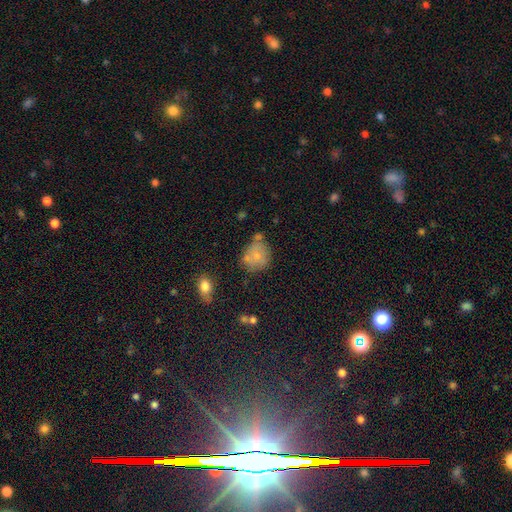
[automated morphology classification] This appears to be a smooth galaxy with no disk features (69%) that is round (69%). Merging: none (50%).